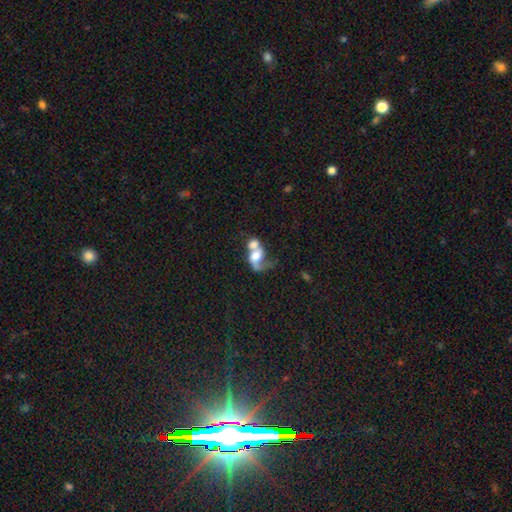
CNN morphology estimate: Smooth or featured: featured or disk — 49% (smooth — 41%)
Merging: merger — 70% (major disturbance — 14%)